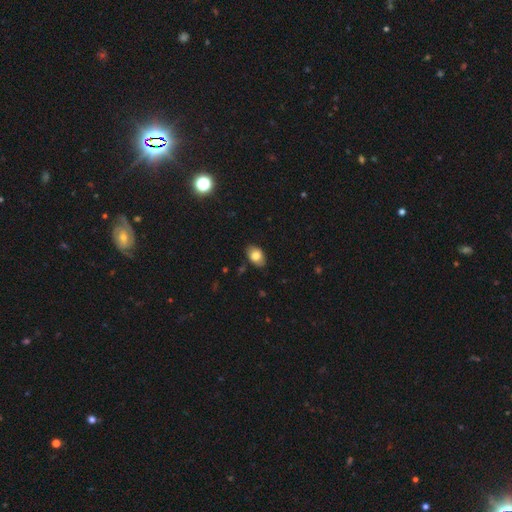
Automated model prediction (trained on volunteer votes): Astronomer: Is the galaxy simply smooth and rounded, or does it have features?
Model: smooth — 81%.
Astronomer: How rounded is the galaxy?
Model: in between — 86%.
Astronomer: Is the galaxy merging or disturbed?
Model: none — 85%.